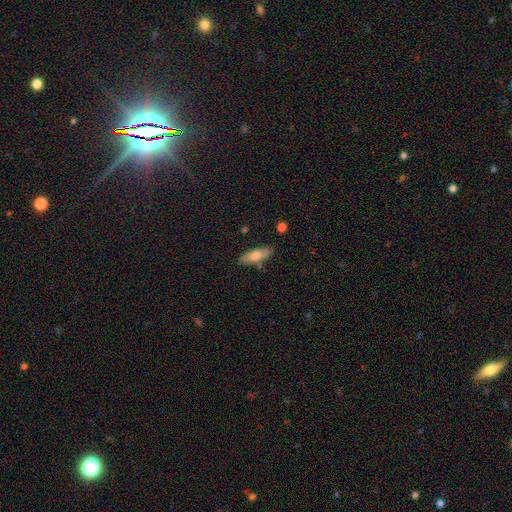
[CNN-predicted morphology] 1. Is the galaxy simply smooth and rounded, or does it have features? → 74% smooth, 20% featured or disk, 6% star or artifact.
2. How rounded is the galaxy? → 57% in between, 41% cigar-shaped, 2% round.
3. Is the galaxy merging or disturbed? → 78% none, 15% minor disturbance, 4% merger, 3% major disturbance.